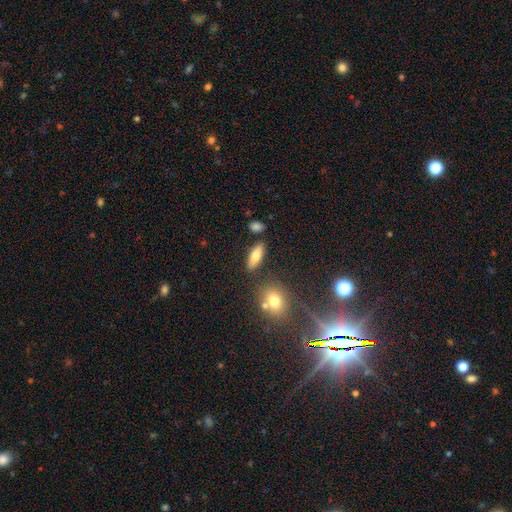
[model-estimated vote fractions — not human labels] Smooth or featured? Predicted: smooth (p=0.77). How rounded? Predicted: in between (p=0.69). Merging? Predicted: none (p=0.82).